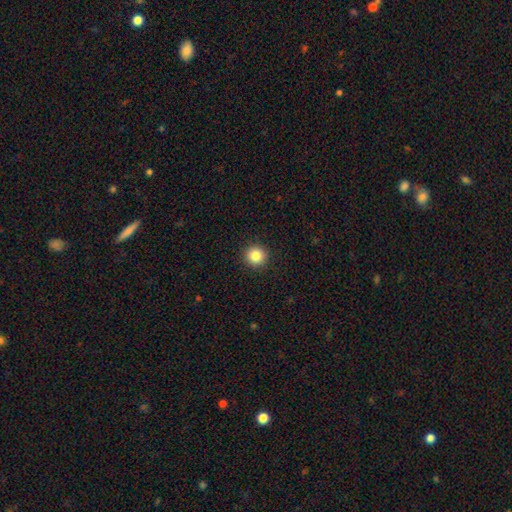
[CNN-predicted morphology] Smooth or featured? smooth (84%)
How rounded? round (94%)
Merging? none (93%)